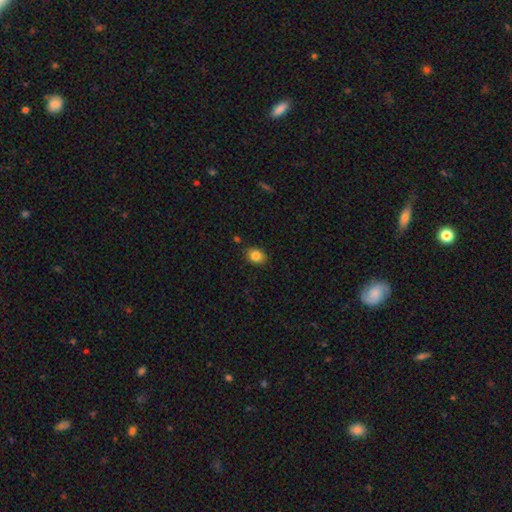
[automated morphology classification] smooth 85%, star or artifact 10%, featured or disk 6%. Down the decision tree: how rounded — in between (56%); merging — none (83%).